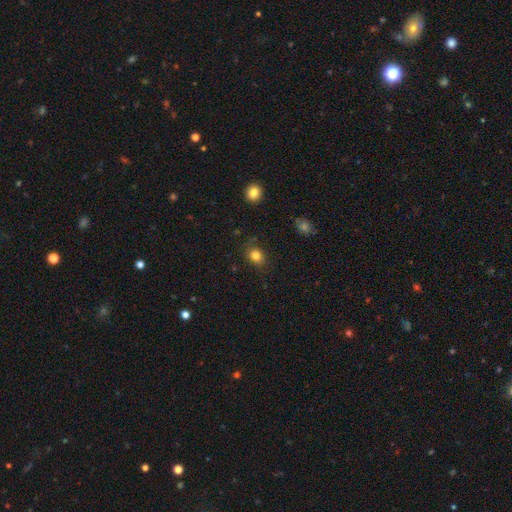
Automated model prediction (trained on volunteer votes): Smooth or featured? Predicted: smooth (p=0.82). How rounded? Predicted: round (p=0.55). Merging? Predicted: none (p=0.77).